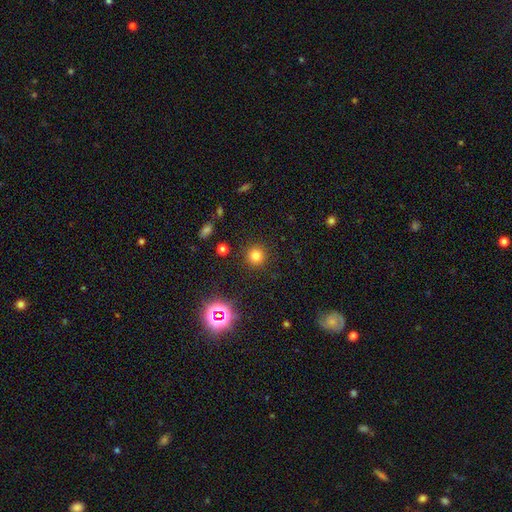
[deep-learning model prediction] A smooth galaxy with no disk features (76%) that is round (94%).

Vote fractions:
- Smooth or featured? smooth: 76% / star or artifact: 19% / featured or disk: 6%
- How rounded? round: 94% / in between: 5% / cigar-shaped: 1%
- Merging? none: 90% / minor disturbance: 6% / major disturbance: 3% / merger: 2%